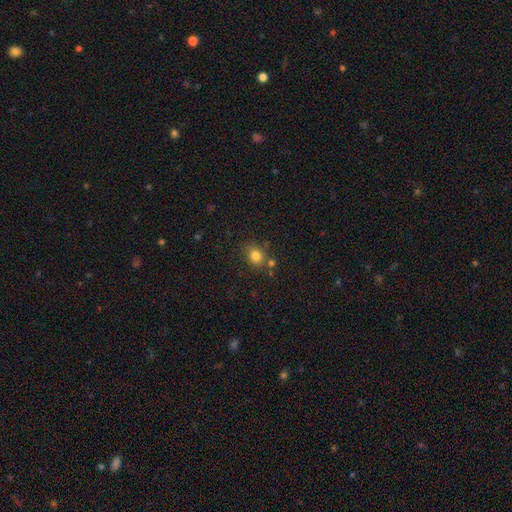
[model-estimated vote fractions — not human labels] A smooth galaxy with no disk features (80%) that is round (71%). Merging: none (72%).